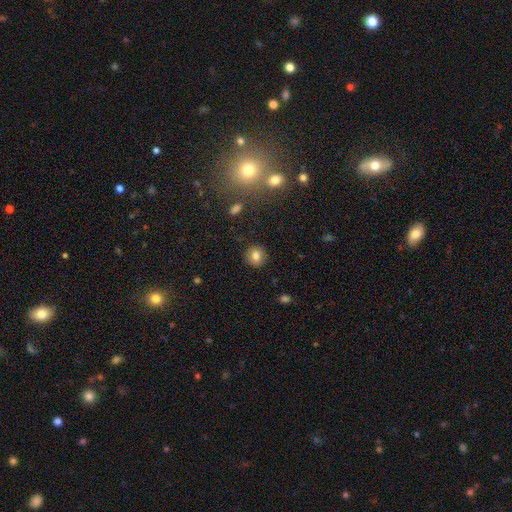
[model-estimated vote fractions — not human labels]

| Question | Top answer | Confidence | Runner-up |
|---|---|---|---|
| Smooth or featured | smooth | 80% | star or artifact (11%) |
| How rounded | round | 85% | in between (14%) |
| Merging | none | 90% | minor disturbance (7%) |